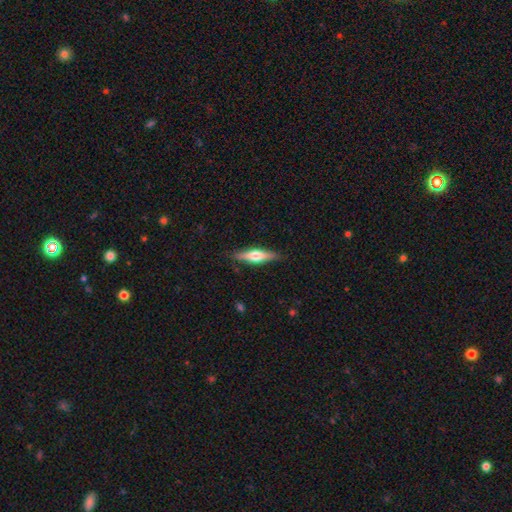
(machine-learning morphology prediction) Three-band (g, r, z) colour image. It shows a featured or disk galaxy (55%) viewed edge-on (95%) with a rounded central bulge (91%). Merging: none (87%).